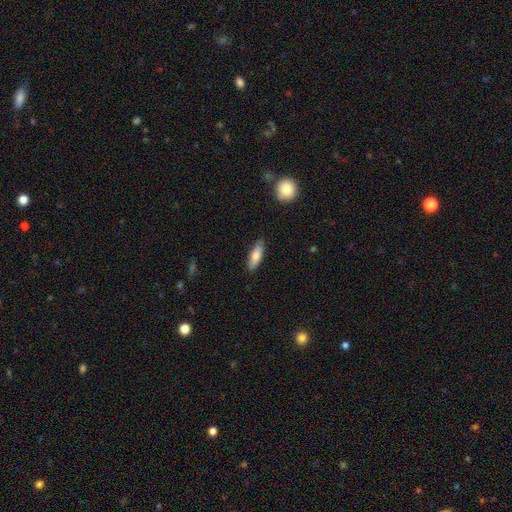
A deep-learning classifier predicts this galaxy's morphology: A smooth galaxy with no disk features (75%) that is cigar-shaped (53%).

Vote fractions:
- Smooth or featured? smooth: 75% / featured or disk: 19% / star or artifact: 6%
- How rounded? cigar-shaped: 53% / in between: 45% / round: 2%
- Merging? none: 85% / minor disturbance: 12% / major disturbance: 2% / merger: 1%